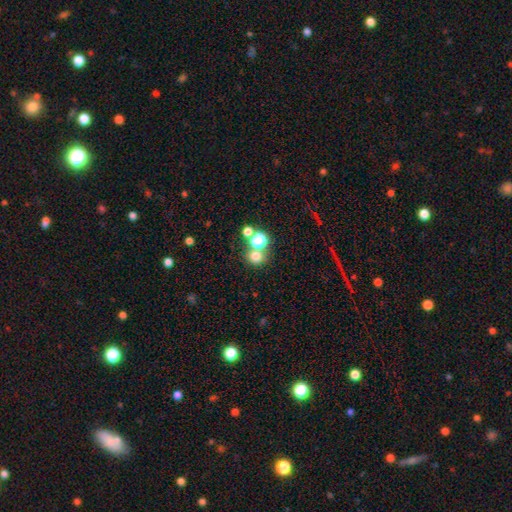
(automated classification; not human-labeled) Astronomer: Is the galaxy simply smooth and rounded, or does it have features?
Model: smooth — 70%.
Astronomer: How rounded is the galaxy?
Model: round — 84%.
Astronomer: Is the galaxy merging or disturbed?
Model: none — 64%.